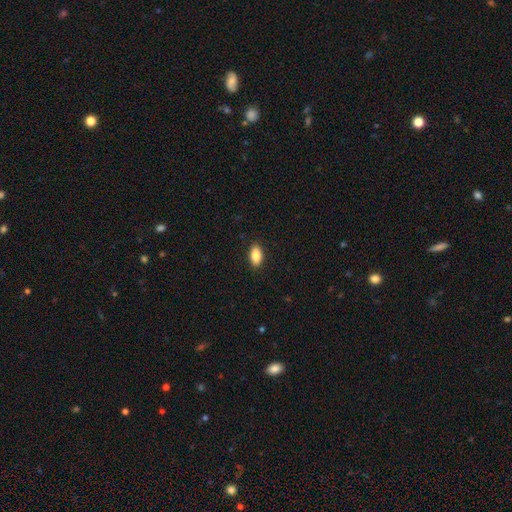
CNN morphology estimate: type=smooth (85%); roundness=in between (91%); merging=none (89%).